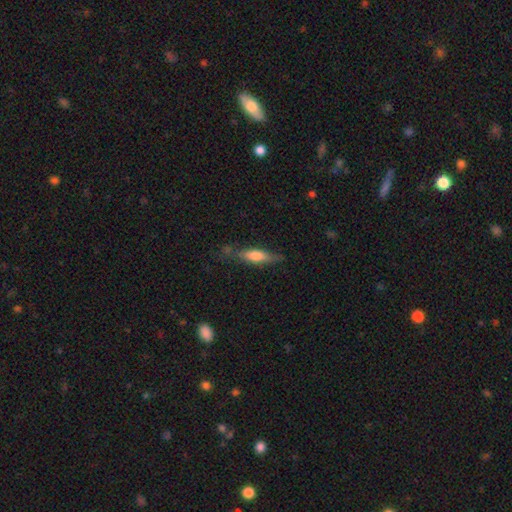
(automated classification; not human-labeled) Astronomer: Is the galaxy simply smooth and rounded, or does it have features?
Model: smooth — 61%.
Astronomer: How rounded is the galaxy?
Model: cigar-shaped — 65%.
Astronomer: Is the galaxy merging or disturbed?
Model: none — 68%.